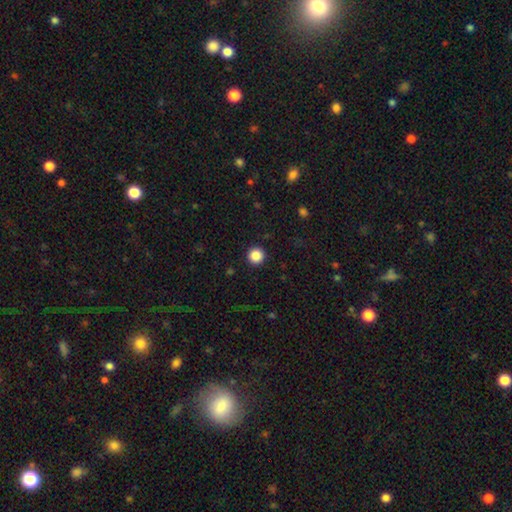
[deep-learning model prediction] Smooth or featured? smooth (87%)
How rounded? round (96%)
Merging? none (93%)